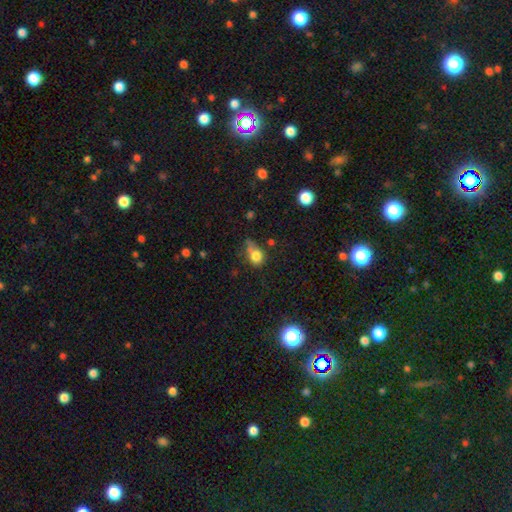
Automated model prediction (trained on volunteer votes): This appears to be a smooth galaxy with no disk features (78%) that is round (49%, tied with in between). Merging: none (35%).